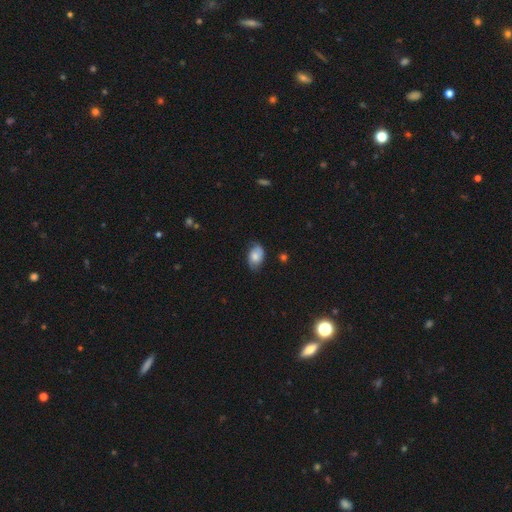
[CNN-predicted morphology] Smooth or featured: smooth — 61% (featured or disk — 31%)
How rounded: in between — 87% (round — 11%)
Merging: none — 70% (minor disturbance — 24%)